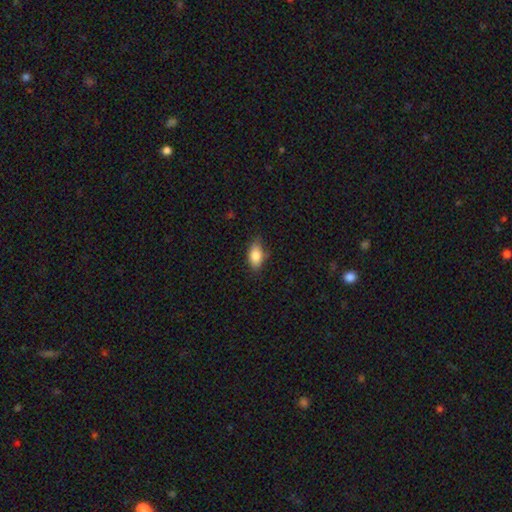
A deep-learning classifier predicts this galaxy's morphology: Overall: smooth (83%). How rounded: in between (89%). Merging: none (74%).